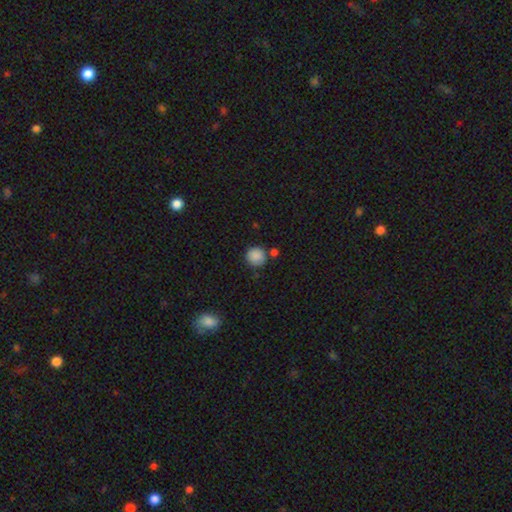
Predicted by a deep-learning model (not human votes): smooth_or_featured: smooth (p=0.87) [alt: star or artifact p=0.09]
how_rounded: round (p=0.92) [alt: in between p=0.07]
merging: none (p=0.78) [alt: minor disturbance p=0.10]